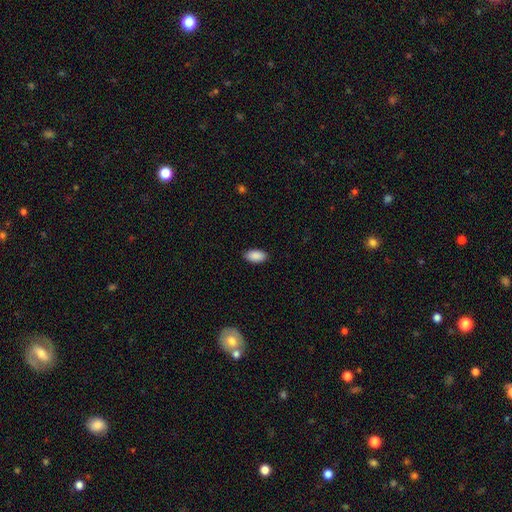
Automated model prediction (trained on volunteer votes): Smooth or featured: smooth — 90% (star or artifact — 7%)
How rounded: in between — 95% (round — 3%)
Merging: none — 88% (minor disturbance — 9%)